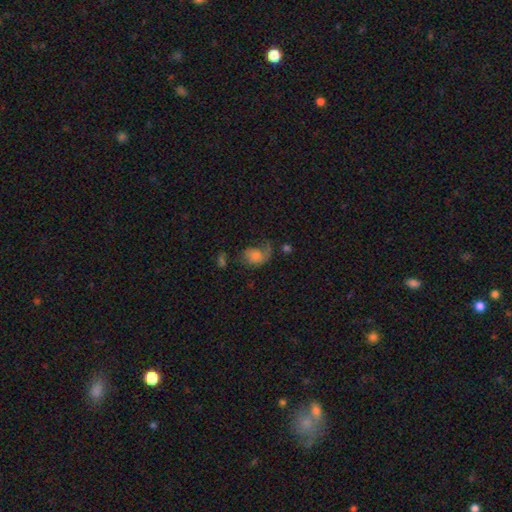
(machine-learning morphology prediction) This is possibly a smooth galaxy (50%). How rounded: likely in between (61%). Merging: marginally major disturbance (39%).